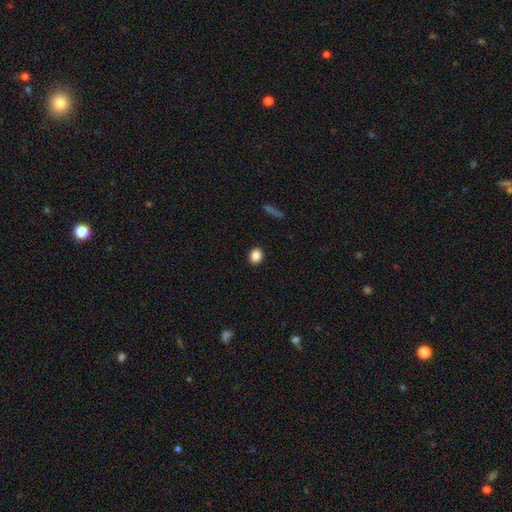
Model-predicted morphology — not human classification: The model was most divided on "how rounded": round: 64%, in between: 34%, cigar-shaped: 1%. More confident: merging — none (91%); smooth or featured — smooth (87%).